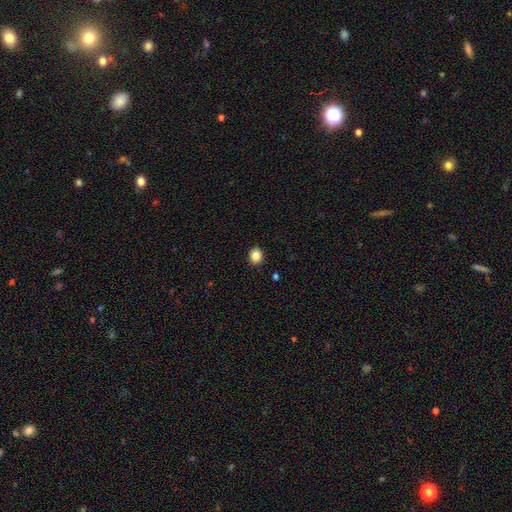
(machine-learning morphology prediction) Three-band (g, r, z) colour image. It shows a smooth galaxy with no disk features (85%) that is round (68%). Merging: none (91%).